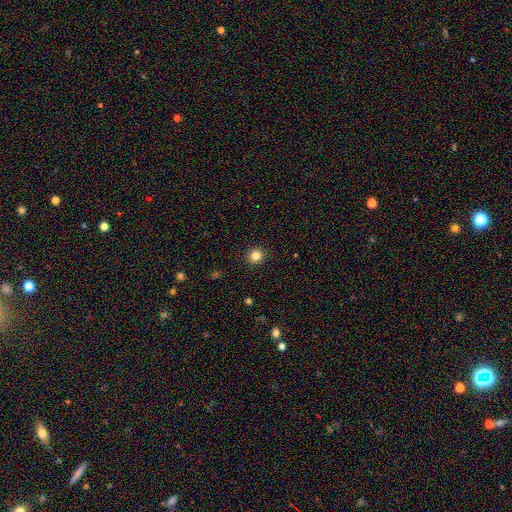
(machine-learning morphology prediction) Smooth or featured? Predicted: smooth (p=0.83). How rounded? Predicted: round (p=0.91). Merging? Predicted: none (p=0.92).